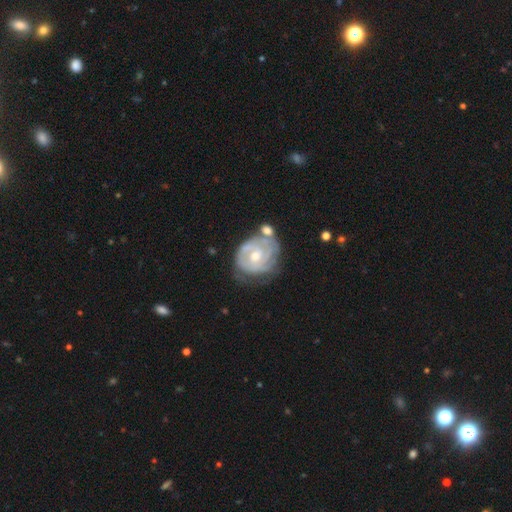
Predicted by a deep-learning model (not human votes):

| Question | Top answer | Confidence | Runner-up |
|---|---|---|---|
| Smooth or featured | featured or disk | 81% | smooth (14%) |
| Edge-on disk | no | 98% | yes (2%) |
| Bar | no | 69% | weak (27%) |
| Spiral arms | yes | 89% | no (11%) |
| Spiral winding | tight | 71% | medium (23%) |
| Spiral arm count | can't tell | 39% | 2 (28%) |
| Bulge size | moderate | 64% | small (28%) |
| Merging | none | 50% | minor disturbance (23%) |